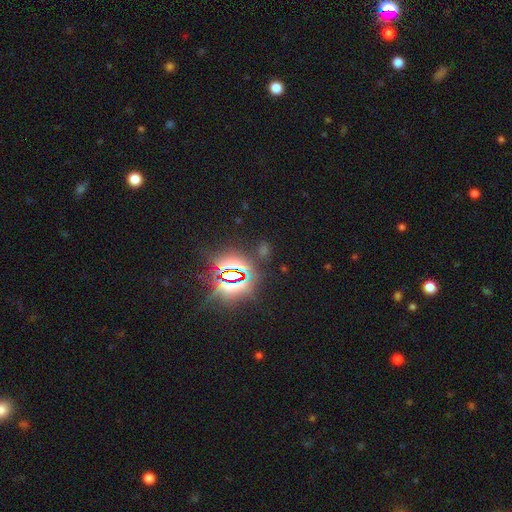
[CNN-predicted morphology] Smooth or featured? Predicted: star or artifact (p=0.83).